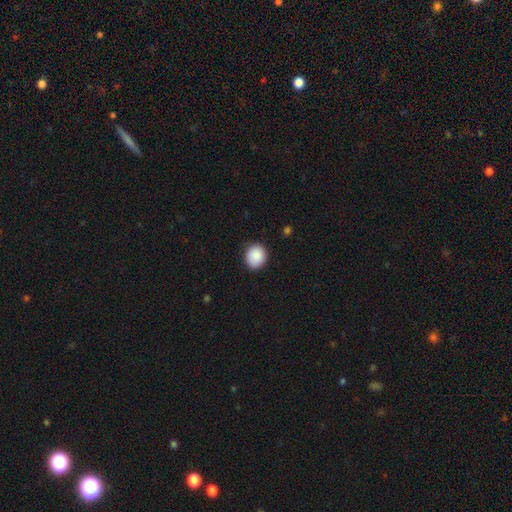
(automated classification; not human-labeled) This is clearly a smooth galaxy (88%). How rounded: likely round (77%). Merging: clearly none (87%).